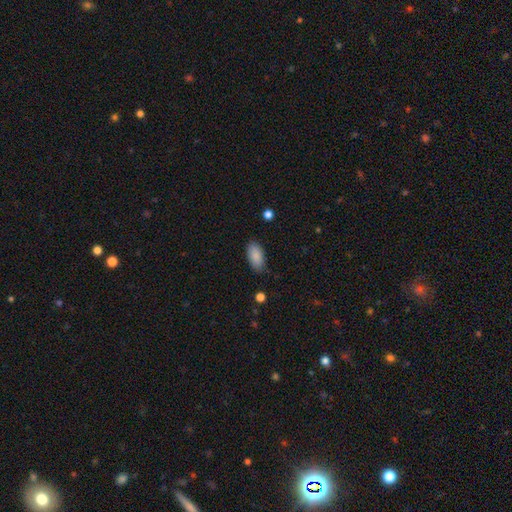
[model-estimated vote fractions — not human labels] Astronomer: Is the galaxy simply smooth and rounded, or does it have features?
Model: smooth — 88%.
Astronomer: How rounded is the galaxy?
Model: in between — 93%.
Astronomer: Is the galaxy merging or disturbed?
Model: none — 85%.